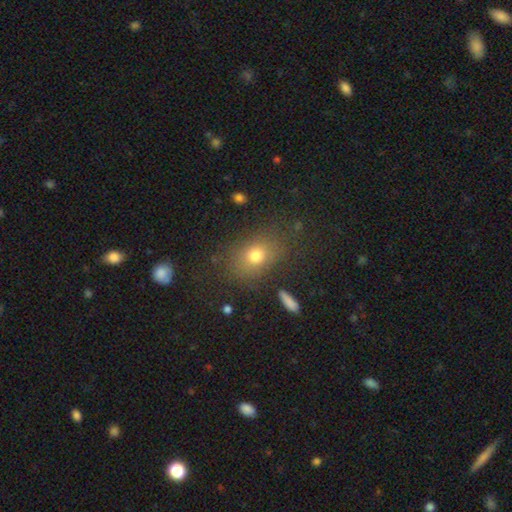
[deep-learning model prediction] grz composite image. It shows a smooth galaxy with no disk features (73%) that is in between round and cigar-shaped (61%). Merging: none (79%).